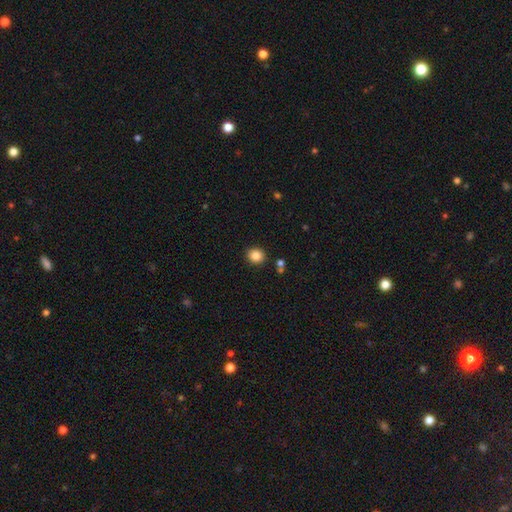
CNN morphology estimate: Q: Smooth or featured?
A: smooth (84%); runner-up: star or artifact (11%)
Q: How rounded?
A: round (81%); runner-up: in between (18%)
Q: Merging?
A: none (89%); runner-up: minor disturbance (6%)